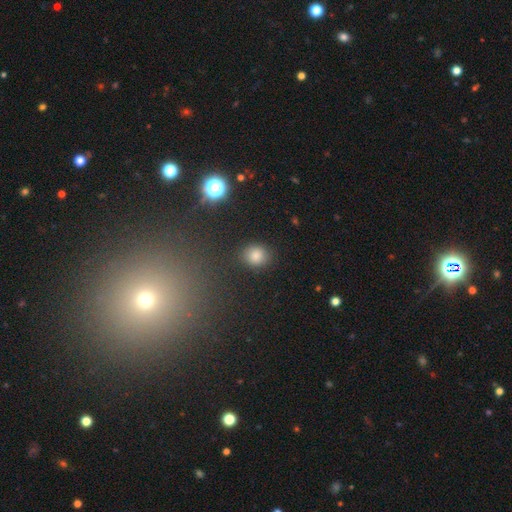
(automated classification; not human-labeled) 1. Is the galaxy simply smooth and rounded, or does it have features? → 82% smooth, 13% star or artifact, 6% featured or disk.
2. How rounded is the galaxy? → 72% round, 27% in between, 1% cigar-shaped.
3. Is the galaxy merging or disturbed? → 85% none, 10% minor disturbance, 3% major disturbance, 2% merger.